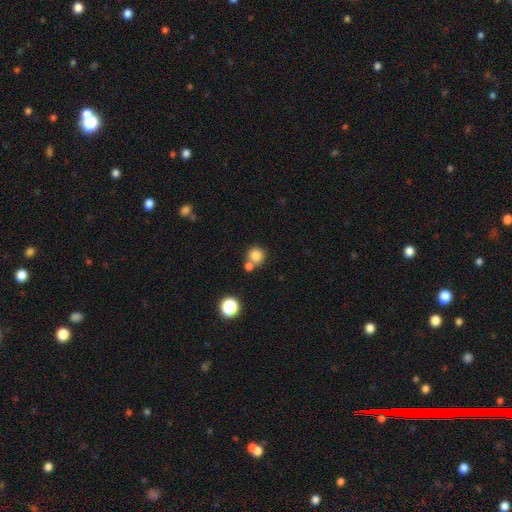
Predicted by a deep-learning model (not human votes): This is clearly a smooth galaxy (82%). How rounded: clearly round (91%). Merging: possibly none (58%).